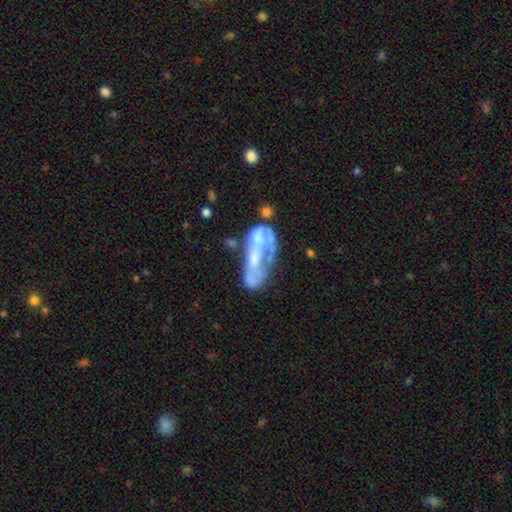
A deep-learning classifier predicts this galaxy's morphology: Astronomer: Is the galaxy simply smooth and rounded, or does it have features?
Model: featured or disk — 63%.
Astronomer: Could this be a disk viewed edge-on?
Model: no — 92%.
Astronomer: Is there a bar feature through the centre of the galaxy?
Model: no — 82%.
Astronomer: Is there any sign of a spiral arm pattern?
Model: no — 82%.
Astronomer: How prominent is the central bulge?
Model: none — 41% (runner-up: moderate, 29%).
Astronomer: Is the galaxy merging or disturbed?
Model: major disturbance — 30%, tied with merger at 30%.